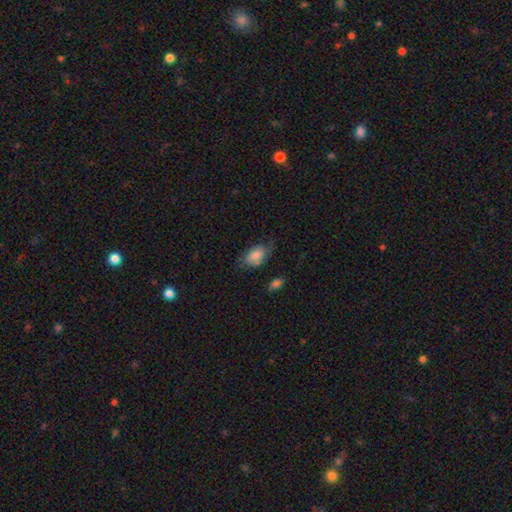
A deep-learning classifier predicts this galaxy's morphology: Smooth or featured?
  - smooth: 74% *
  - featured or disk: 19%
  - star or artifact: 8%
How rounded?
  - in between: 91% *
  - round: 7%
  - cigar-shaped: 2%
Merging?
  - none: 54% *
  - minor disturbance: 31%
  - major disturbance: 12%
  - merger: 3%